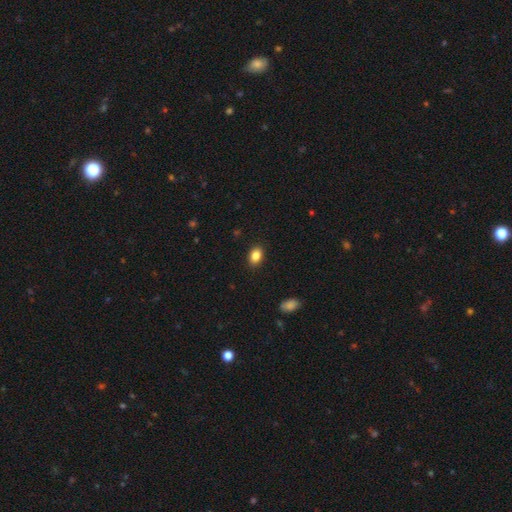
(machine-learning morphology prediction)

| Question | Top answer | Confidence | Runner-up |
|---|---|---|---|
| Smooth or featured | smooth | 86% | star or artifact (9%) |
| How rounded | in between | 77% | round (22%) |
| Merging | none | 88% | minor disturbance (8%) |